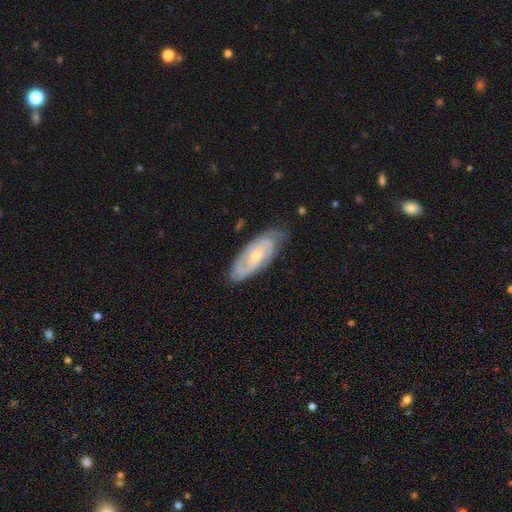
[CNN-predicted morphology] Smooth or featured? featured or disk (78%)
Edge-on disk? no (91%)
Bar? no (65%)
Spiral arms? yes (93%)
Spiral winding? tight (61%)
Spiral arm count? 2 (51%)
Bulge size? small (65%)
Merging? none (76%)